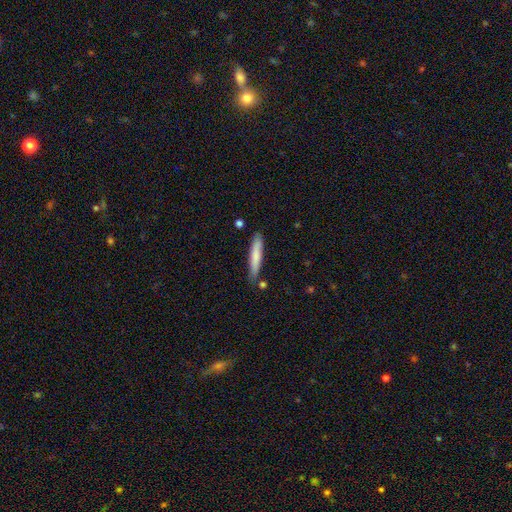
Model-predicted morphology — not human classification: Smooth or featured? smooth (75%)
How rounded? cigar-shaped (91%)
Merging? none (79%)